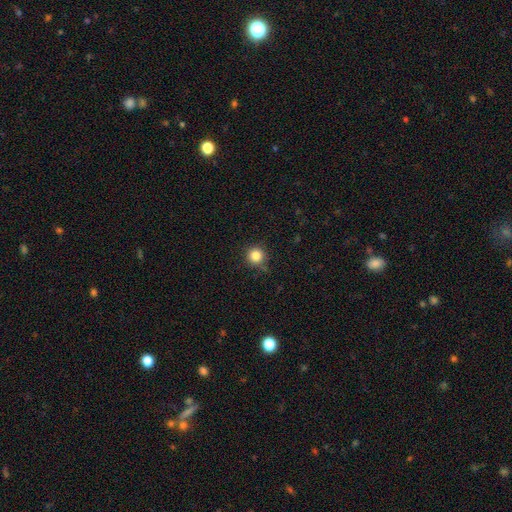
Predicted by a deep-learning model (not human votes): This appears to be a smooth galaxy with no disk features (83%) that is round (95%). Merging: none (85%).